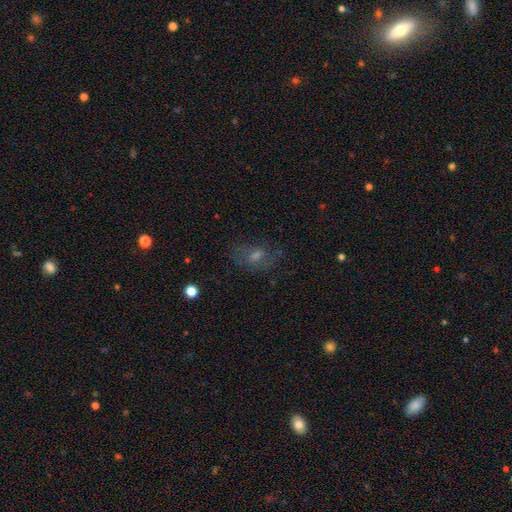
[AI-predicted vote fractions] Smooth or featured: featured or disk — 39% (smooth — 38%)
Merging: none — 65% (minor disturbance — 19%)